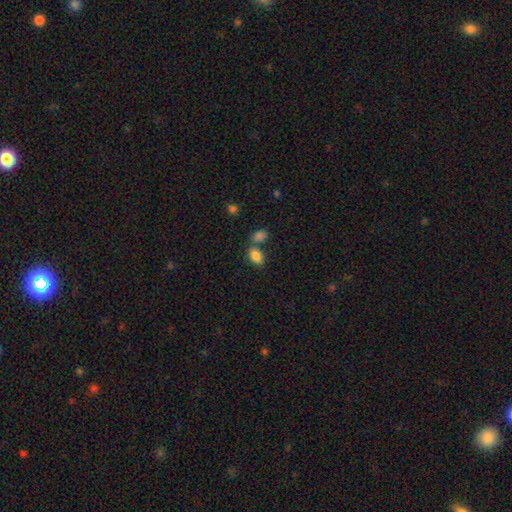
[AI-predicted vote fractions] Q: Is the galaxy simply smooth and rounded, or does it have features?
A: smooth — 85%.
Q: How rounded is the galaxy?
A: in between — 87%.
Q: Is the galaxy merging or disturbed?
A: none — 56%.